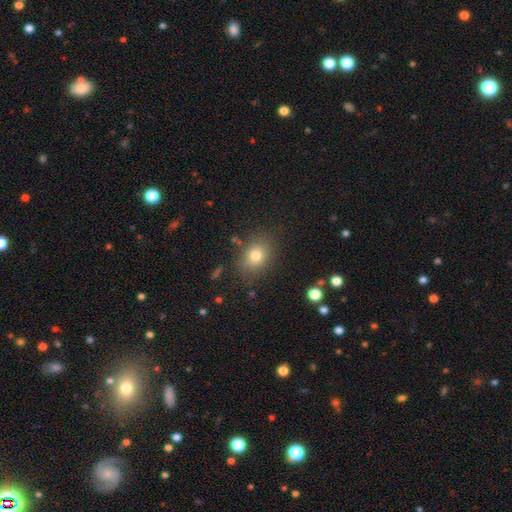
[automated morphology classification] smooth_or_featured: smooth (p=0.77) [alt: star or artifact p=0.13]
how_rounded: in between (p=0.52) [alt: round p=0.47]
merging: none (p=0.82) [alt: minor disturbance p=0.12]